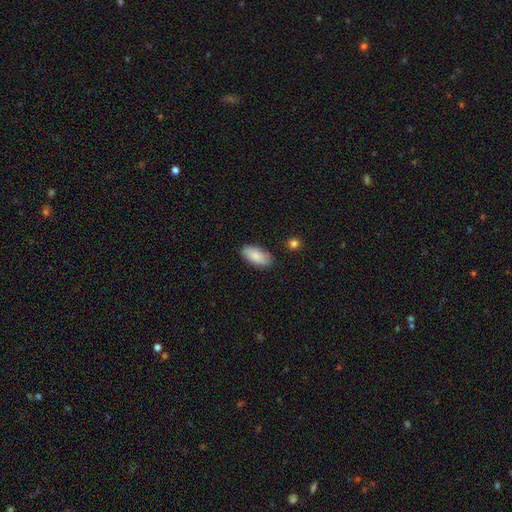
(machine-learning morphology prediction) A smooth galaxy with no disk features (86%) that is in between round and cigar-shaped (92%). Merging: none (85%).